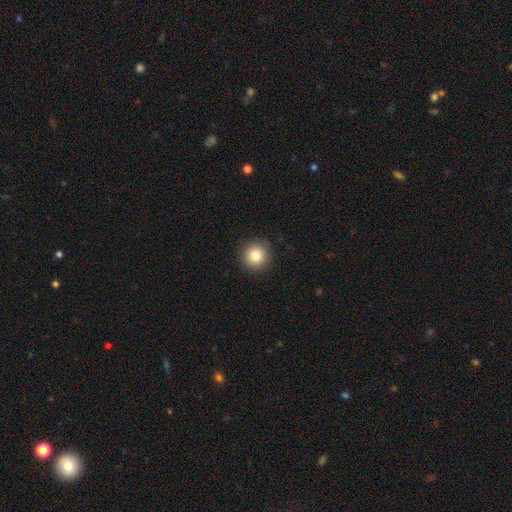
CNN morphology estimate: A smooth galaxy with no disk features (82%) that is round (95%). Merging: none (90%).